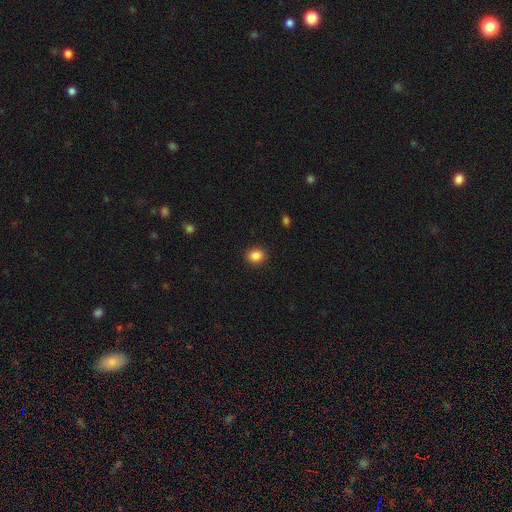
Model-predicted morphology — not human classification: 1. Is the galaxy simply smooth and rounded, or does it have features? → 86% smooth, 10% star or artifact, 4% featured or disk.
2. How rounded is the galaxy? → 62% round, 37% in between, 1% cigar-shaped.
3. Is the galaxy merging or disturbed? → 91% none, 6% minor disturbance, 2% major disturbance, 1% merger.